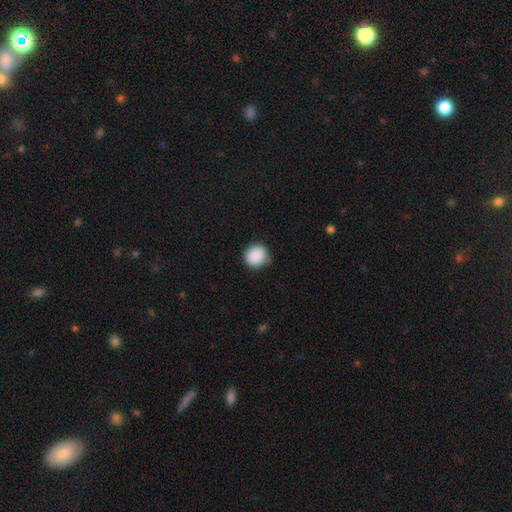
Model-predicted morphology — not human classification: This is clearly a smooth galaxy (89%). How rounded: clearly round (89%). Merging: clearly none (83%).